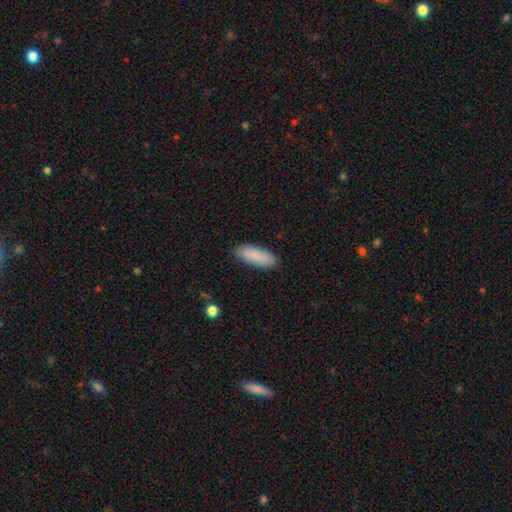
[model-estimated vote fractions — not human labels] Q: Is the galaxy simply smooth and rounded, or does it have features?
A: smooth — 89%.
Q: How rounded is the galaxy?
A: in between — 66%.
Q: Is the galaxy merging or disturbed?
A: none — 87%.